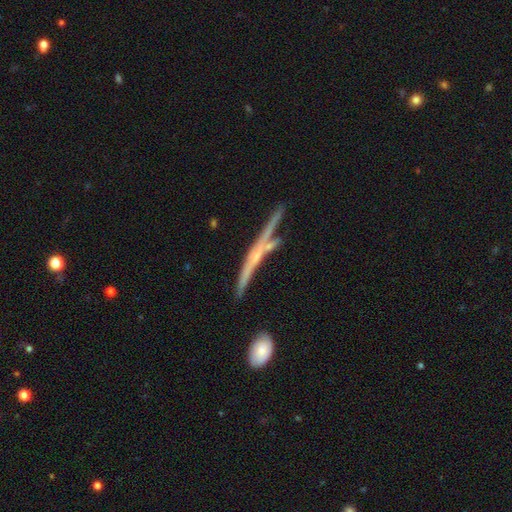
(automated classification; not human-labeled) featured or disk 71%, smooth 20%, star or artifact 9%. Down the decision tree: edge-on disk — yes (93%); edge-on bulge — none (52%); merging — none (63%).